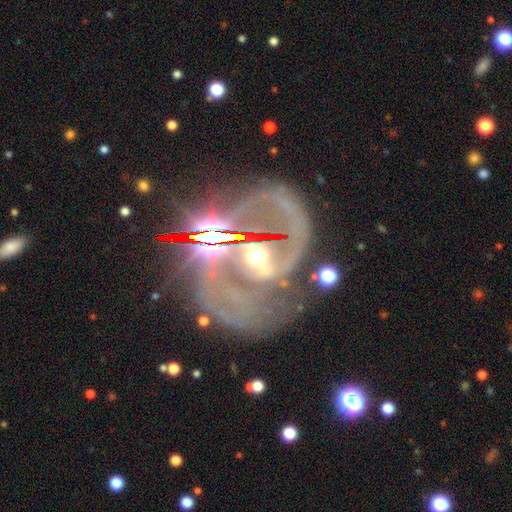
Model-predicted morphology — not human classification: Smooth or featured? Predicted: featured or disk (p=0.80). Edge-on disk? Predicted: no (p=0.95). Bar? Predicted: strong (p=0.57). Spiral arms? Predicted: yes (p=0.81). Spiral winding? Predicted: medium (p=0.47). Spiral arm count? Predicted: 2 (p=0.69). Bulge size? Predicted: moderate (p=0.68). Merging? Predicted: none (p=0.47).